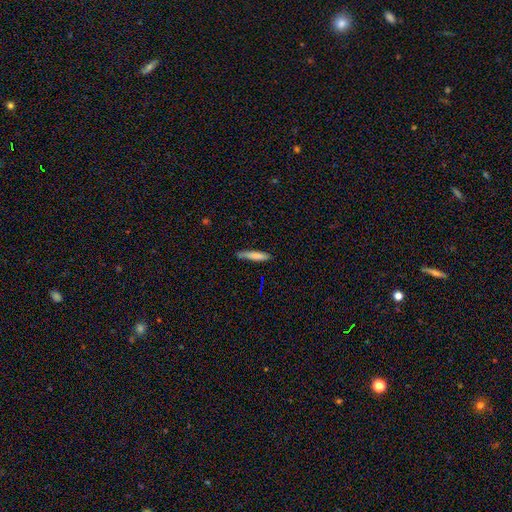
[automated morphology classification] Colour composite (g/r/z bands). It shows a smooth galaxy with no disk features (78%) that is cigar-shaped (87%). Merging: none (73%).